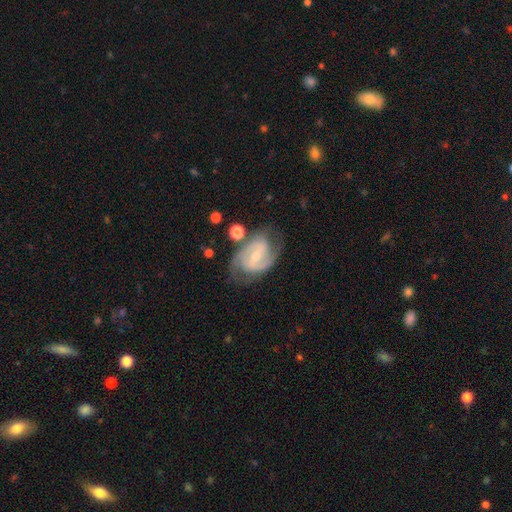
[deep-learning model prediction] The model was most divided on "bulge size": small: 54%, moderate: 42%, none: 2%, large: 1%, dominant: 1%. Remaining: edge-on disk — no (97%); spiral arms — yes (95%); smooth or featured — featured or disk (85%); spiral arm count — 2 (77%); merging — none (68%); spiral winding — medium (50%); bar — weak (49%).